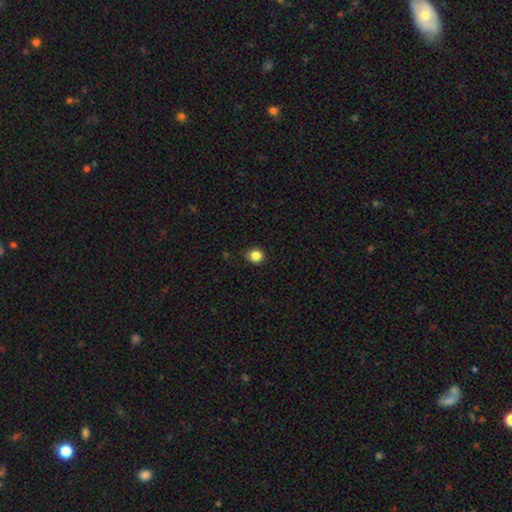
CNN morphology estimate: Smooth or featured? smooth (85%)
How rounded? round (84%)
Merging? none (89%)